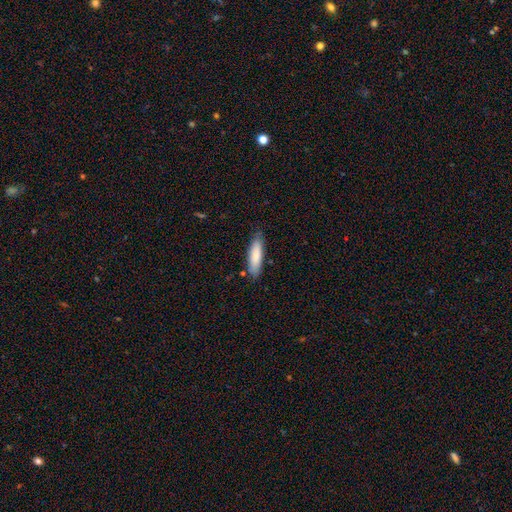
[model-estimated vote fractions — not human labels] This appears to be a smooth galaxy with no disk features (82%) that is cigar-shaped (60%). Merging: none (80%).